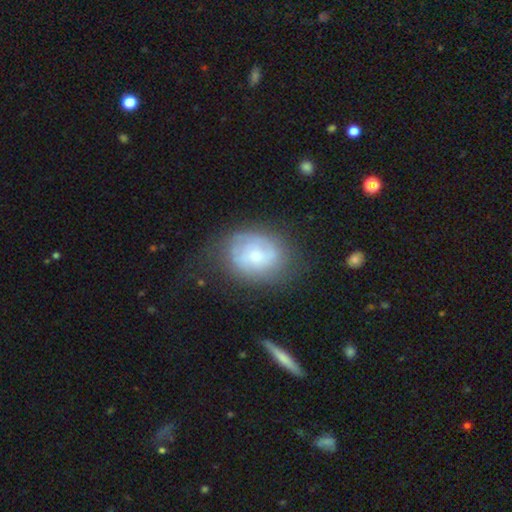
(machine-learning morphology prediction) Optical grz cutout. It shows a featured or disk galaxy (58%) with no bar (71%), spiral arms (74%) and a small central bulge (48%). Merging: none (61%).